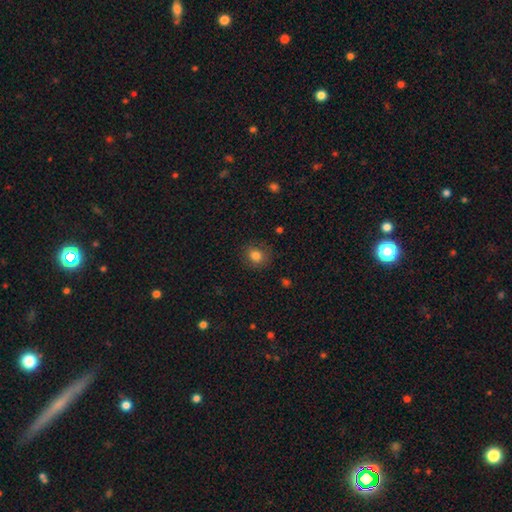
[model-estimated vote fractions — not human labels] The model was most divided on "how rounded": round: 75%, in between: 24%, cigar-shaped: 1%. More confident: merging — none (84%); smooth or featured — smooth (81%).